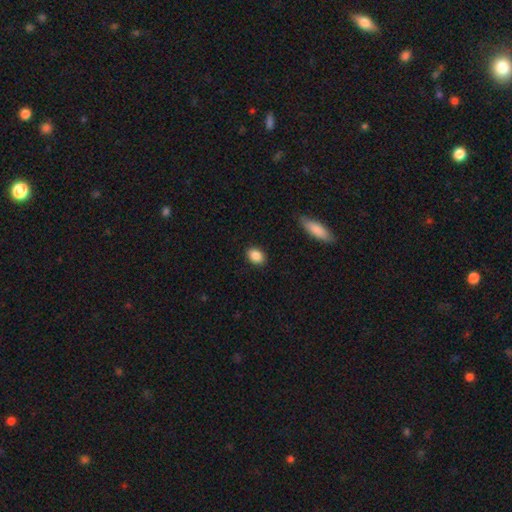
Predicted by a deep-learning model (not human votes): Overall: smooth (88%). How rounded: in between (72%). Merging: none (88%).